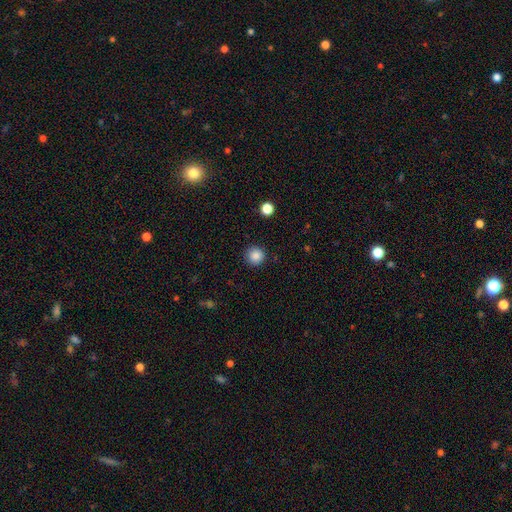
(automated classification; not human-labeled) Smooth or featured?
  - smooth: 86% *
  - star or artifact: 10%
  - featured or disk: 3%
How rounded?
  - round: 95% *
  - in between: 4%
  - cigar-shaped: 1%
Merging?
  - none: 91% *
  - minor disturbance: 6%
  - major disturbance: 2%
  - merger: 1%